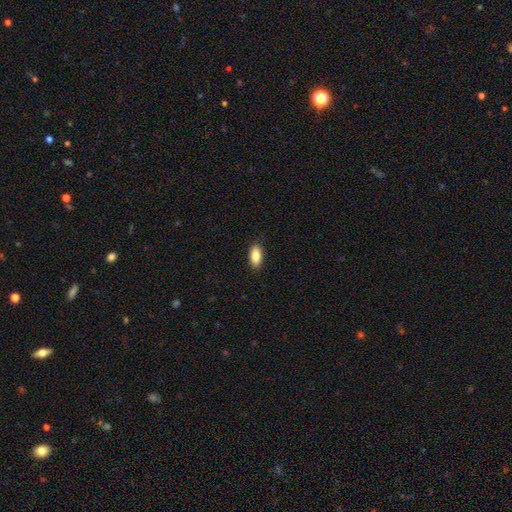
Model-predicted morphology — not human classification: Overall: smooth (85%). How rounded: in between (90%). Merging: none (88%).